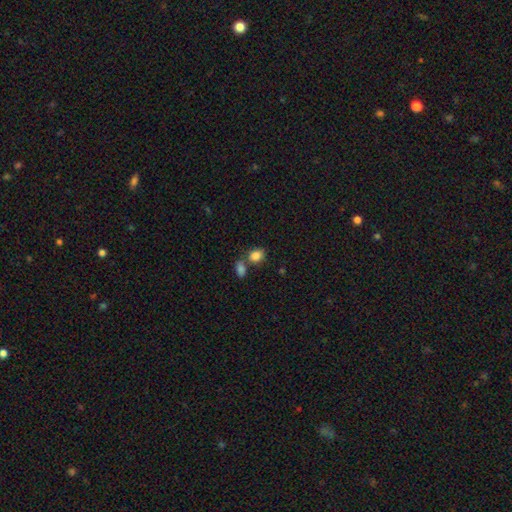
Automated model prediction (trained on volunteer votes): This appears to be a smooth galaxy with no disk features (85%) that is in between round and cigar-shaped (63%). Merging: none (55%).